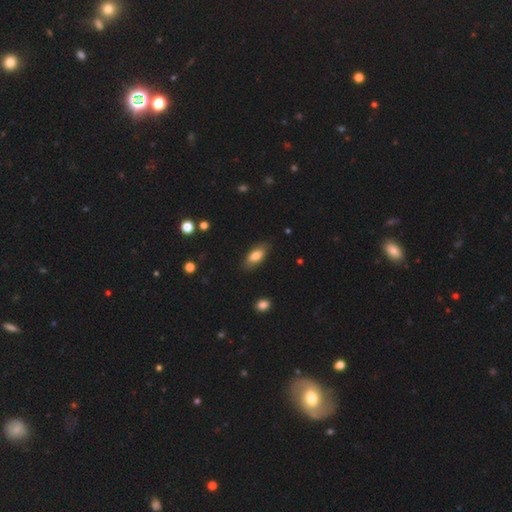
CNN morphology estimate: smooth 78%, featured or disk 15%, star or artifact 7%. Down the decision tree: how rounded — in between (85%); merging — none (83%).